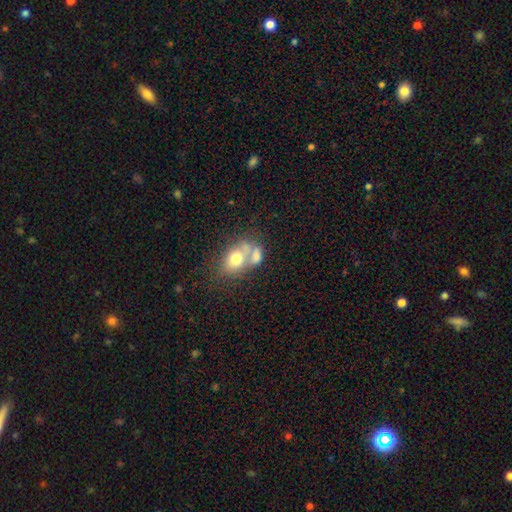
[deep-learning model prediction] Smooth or featured? Predicted: smooth (p=0.65). How rounded? Predicted: in between (p=0.71). Merging? Predicted: merger (p=0.57).